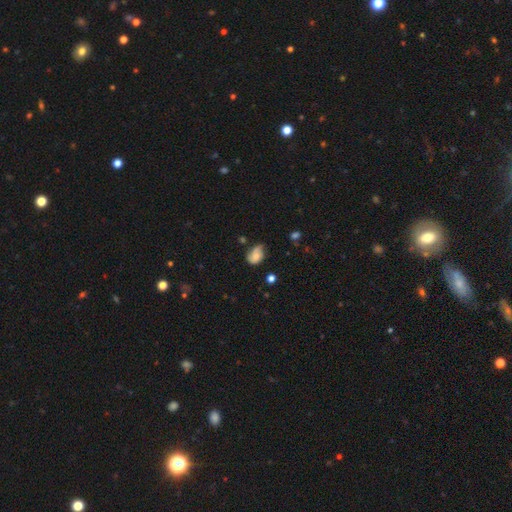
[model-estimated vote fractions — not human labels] smooth_or_featured: smooth (p=0.55) [alt: featured or disk p=0.35]
how_rounded: in between (p=0.74) [alt: round p=0.24]
merging: none (p=0.43) [alt: minor disturbance p=0.38]